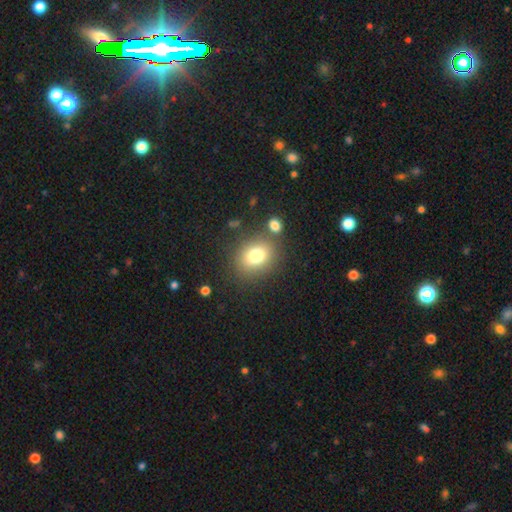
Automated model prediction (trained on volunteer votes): Smooth or featured: smooth — 78% (star or artifact — 11%)
How rounded: round — 54% (in between — 45%)
Merging: none — 76% (minor disturbance — 10%)